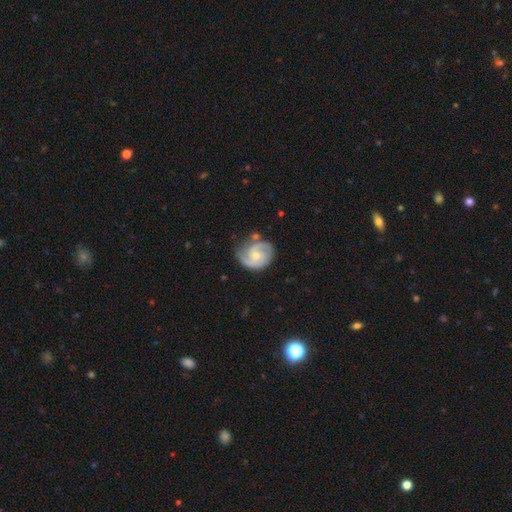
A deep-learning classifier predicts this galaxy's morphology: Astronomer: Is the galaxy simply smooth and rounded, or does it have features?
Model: featured or disk — 81%.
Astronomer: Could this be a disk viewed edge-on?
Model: no — 98%.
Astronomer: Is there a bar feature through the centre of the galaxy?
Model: no — 64%.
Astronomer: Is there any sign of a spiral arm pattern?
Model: yes — 95%.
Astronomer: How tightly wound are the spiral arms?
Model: medium — 46% (runner-up: tight, 39%).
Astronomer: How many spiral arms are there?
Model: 2 — 74%.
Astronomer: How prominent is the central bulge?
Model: small — 48%, tied with moderate at 48%.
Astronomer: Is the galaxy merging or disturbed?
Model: none — 68%.